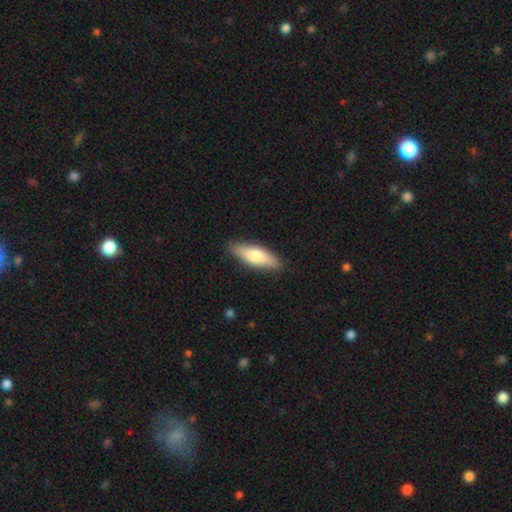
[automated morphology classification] Smooth or featured? smooth (72%)
How rounded? in between (51%)
Merging? none (87%)